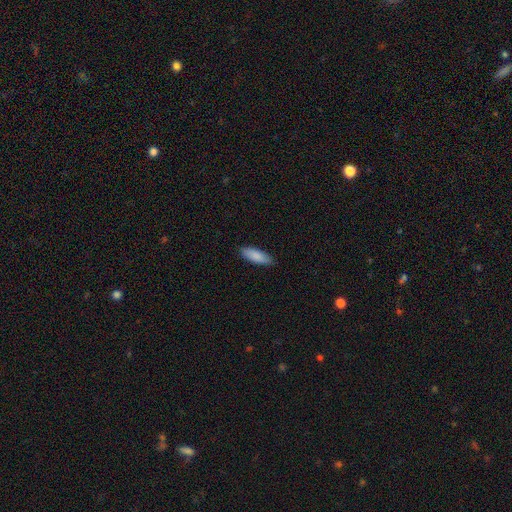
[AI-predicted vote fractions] Overall: smooth (87%). How rounded: in between (64%; cigar-shaped 35%). Merging: none (88%).